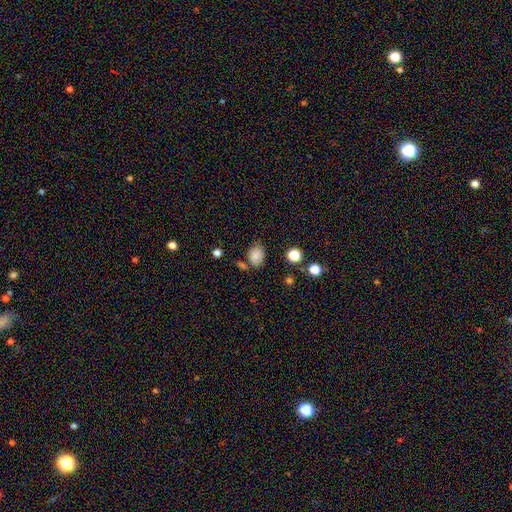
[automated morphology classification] Q: Smooth or featured?
A: smooth (84%); runner-up: star or artifact (11%)
Q: How rounded?
A: in between (64%); runner-up: round (35%)
Q: Merging?
A: none (68%); runner-up: minor disturbance (20%)